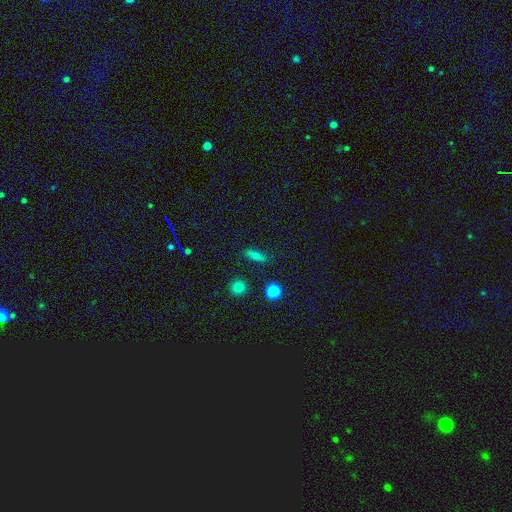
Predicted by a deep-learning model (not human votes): Morphology: type=smooth (66%); roundness=in between (53%); merging=none (84%).